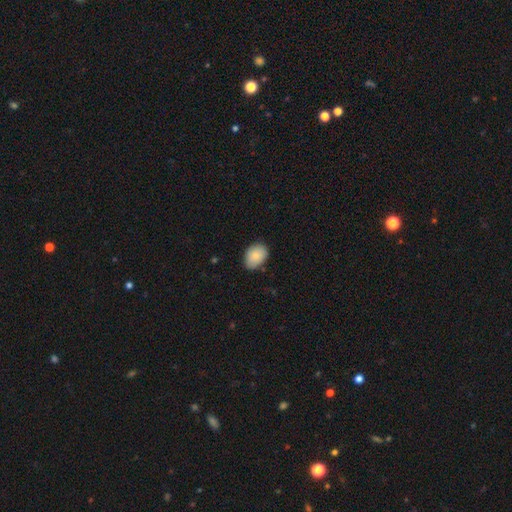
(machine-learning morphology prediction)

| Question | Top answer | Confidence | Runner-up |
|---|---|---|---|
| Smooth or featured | smooth | 82% | featured or disk (10%) |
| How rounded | in between | 78% | round (21%) |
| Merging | none | 76% | minor disturbance (20%) |